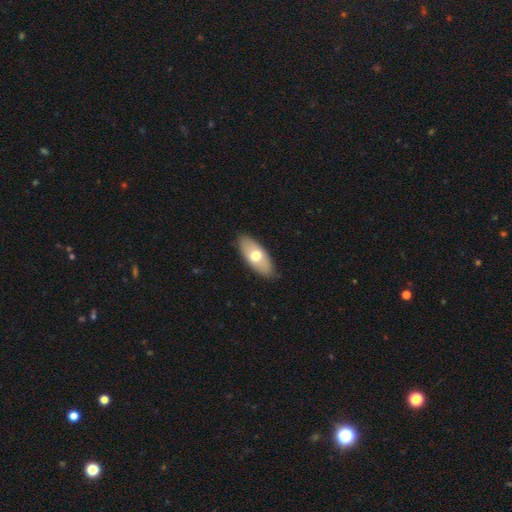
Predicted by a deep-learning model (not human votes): Smooth or featured? smooth (65%)
How rounded? in between (86%)
Merging? none (86%)